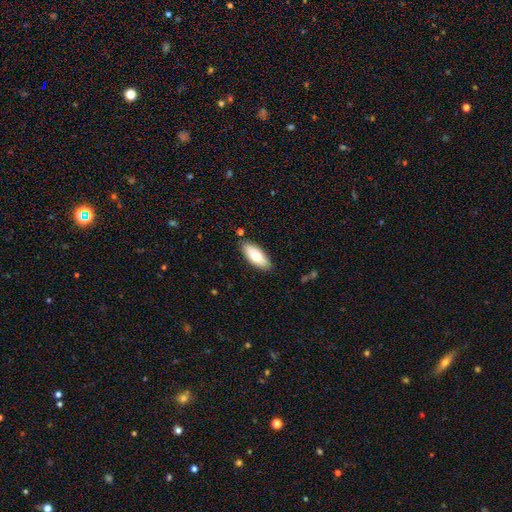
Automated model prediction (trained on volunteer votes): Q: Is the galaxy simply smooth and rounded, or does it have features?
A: smooth — 72%.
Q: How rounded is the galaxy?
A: in between — 79%.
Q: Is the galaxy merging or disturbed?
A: none — 87%.